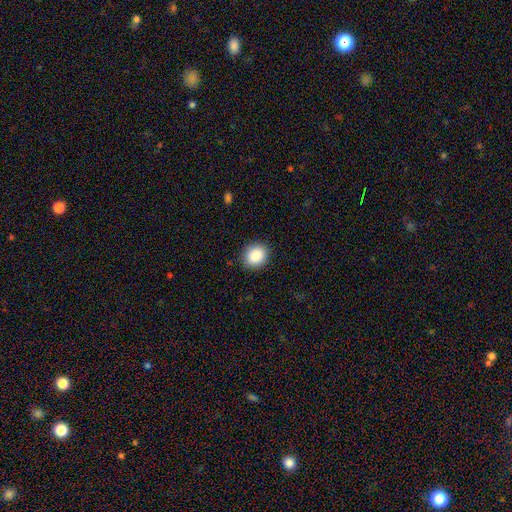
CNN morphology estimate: type=smooth (89%); roundness=round (67%); merging=none (89%).